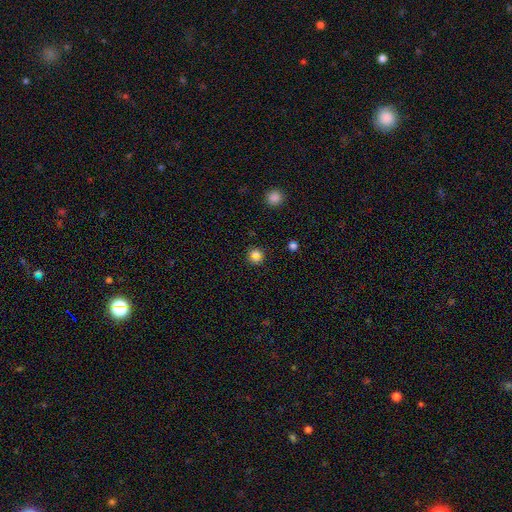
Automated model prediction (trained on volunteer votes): Overall: smooth (69%). How rounded: round (91%). Merging: none (81%).